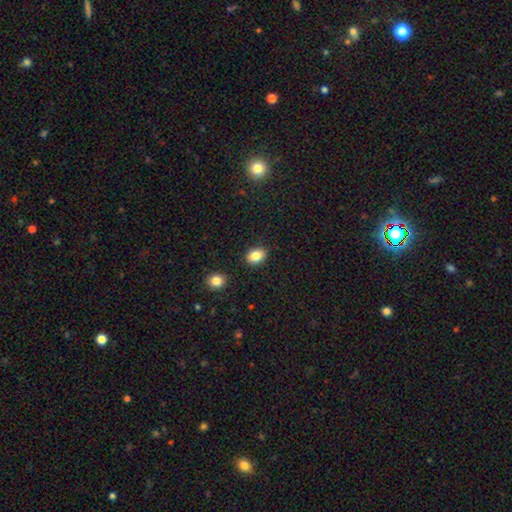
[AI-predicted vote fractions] This appears to be a smooth galaxy with no disk features (84%) that is in between round and cigar-shaped (71%). Merging: none (86%).